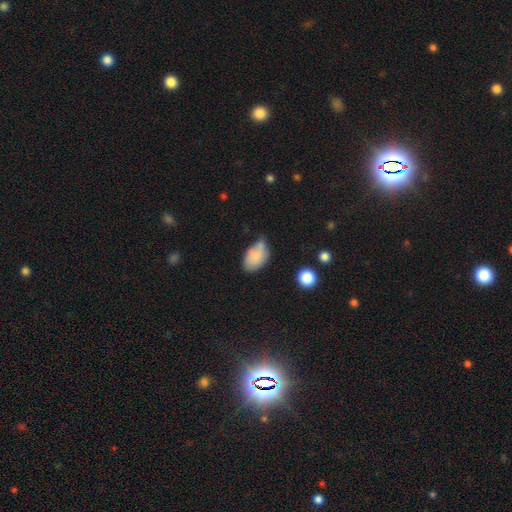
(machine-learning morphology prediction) Smooth or featured? smooth (77%)
How rounded? in between (91%)
Merging? minor disturbance (42%)